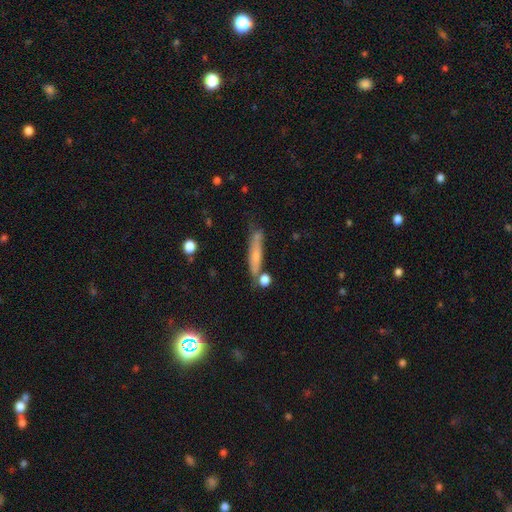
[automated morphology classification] Smooth or featured?
  - smooth: 57% *
  - featured or disk: 33%
  - star or artifact: 10%
How rounded?
  - cigar-shaped: 87% *
  - in between: 10%
  - round: 3%
Merging?
  - none: 65% *
  - minor disturbance: 20%
  - merger: 10%
  - major disturbance: 6%